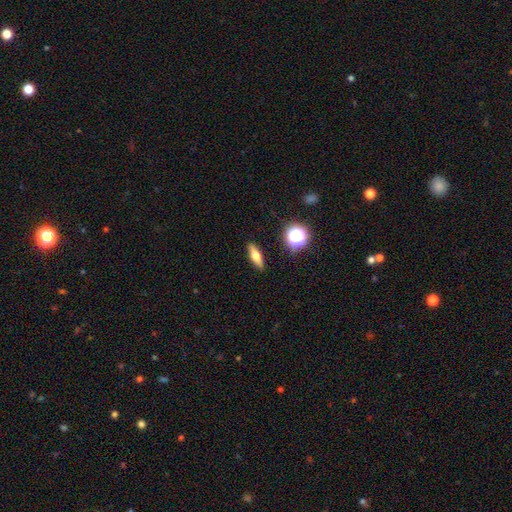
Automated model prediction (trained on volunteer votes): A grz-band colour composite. It shows a smooth galaxy with no disk features (51%) that is cigar-shaped (47%). Merging: none (90%).